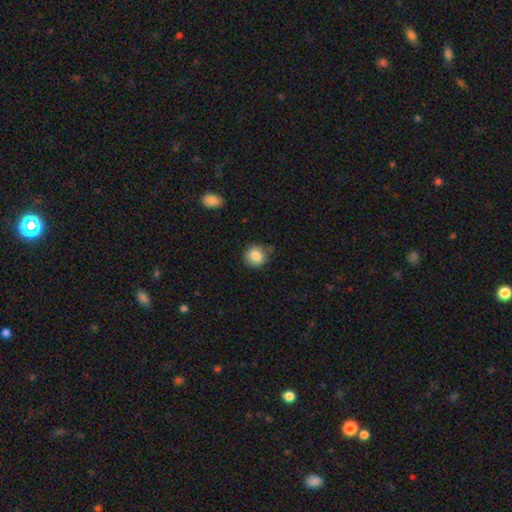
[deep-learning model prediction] smooth_or_featured: smooth (p=0.85) [alt: star or artifact p=0.09]
how_rounded: round (p=0.81) [alt: in between p=0.18]
merging: none (p=0.70) [alt: minor disturbance p=0.22]